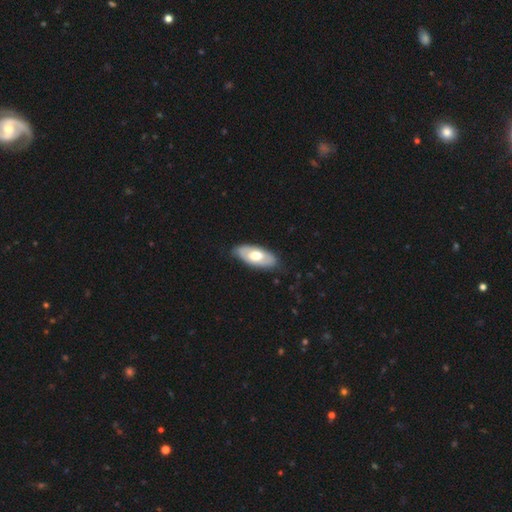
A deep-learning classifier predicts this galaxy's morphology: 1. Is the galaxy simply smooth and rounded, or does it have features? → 54% smooth, 41% featured or disk, 5% star or artifact.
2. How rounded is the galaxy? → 89% in between, 9% cigar-shaped, 3% round.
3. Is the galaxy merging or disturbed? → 80% none, 16% minor disturbance, 3% major disturbance, 1% merger.